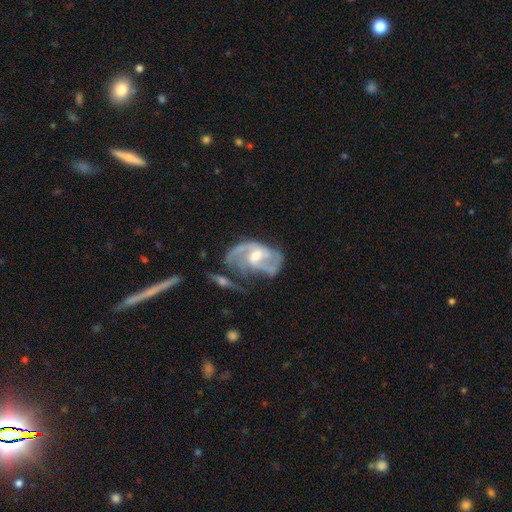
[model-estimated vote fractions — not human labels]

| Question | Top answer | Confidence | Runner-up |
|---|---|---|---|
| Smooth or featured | featured or disk | 84% | smooth (10%) |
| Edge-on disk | no | 97% | yes (3%) |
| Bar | weak | 49% | no (36%) |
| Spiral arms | yes | 91% | no (9%) |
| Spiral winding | medium | 49% | loose (31%) |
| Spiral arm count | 2 | 65% | can't tell (13%) |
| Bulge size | moderate | 62% | small (31%) |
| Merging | none | 35% | major disturbance (28%) |